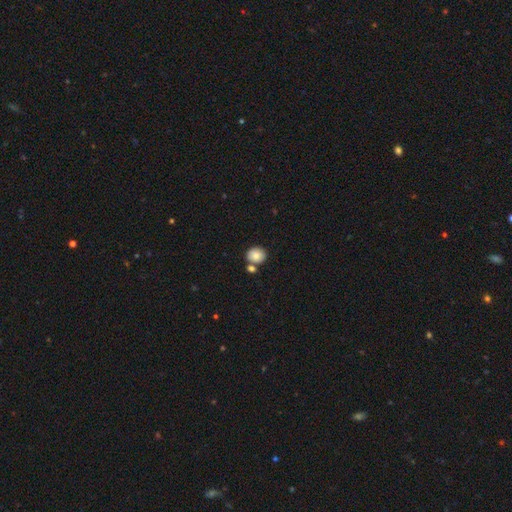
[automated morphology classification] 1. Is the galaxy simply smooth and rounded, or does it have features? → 83% smooth, 9% star or artifact, 8% featured or disk.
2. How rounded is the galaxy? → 71% round, 28% in between, 1% cigar-shaped.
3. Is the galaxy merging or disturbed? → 67% none, 21% merger, 10% minor disturbance, 3% major disturbance.